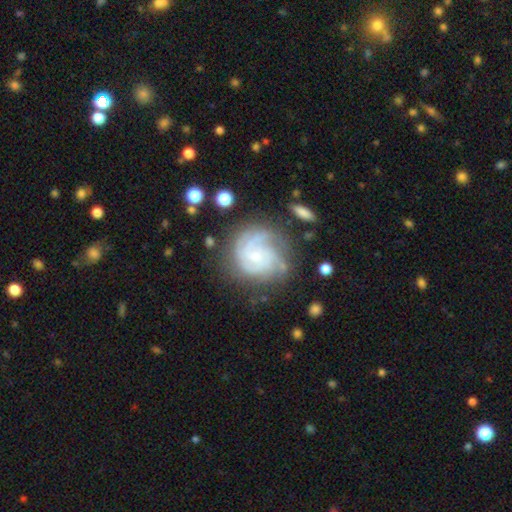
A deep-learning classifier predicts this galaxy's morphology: A featured or disk galaxy (83%) with no bar (73%), 3 (32%) tight (64%) spiral arms (96%) and a small central bulge (75%). Merging: none (67%).